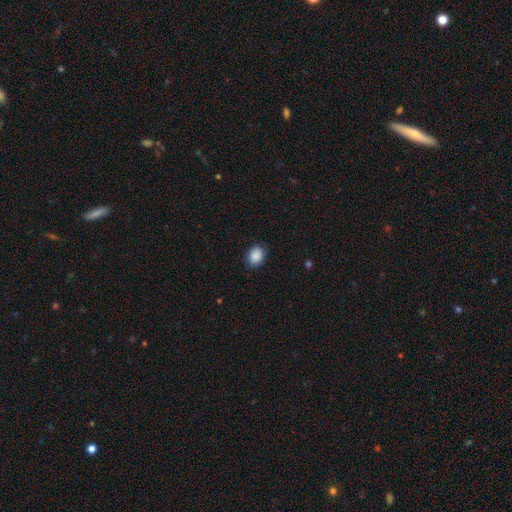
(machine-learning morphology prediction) Smooth or featured: smooth — 89% (star or artifact — 8%)
How rounded: in between — 55% (round — 44%)
Merging: none — 85% (minor disturbance — 12%)